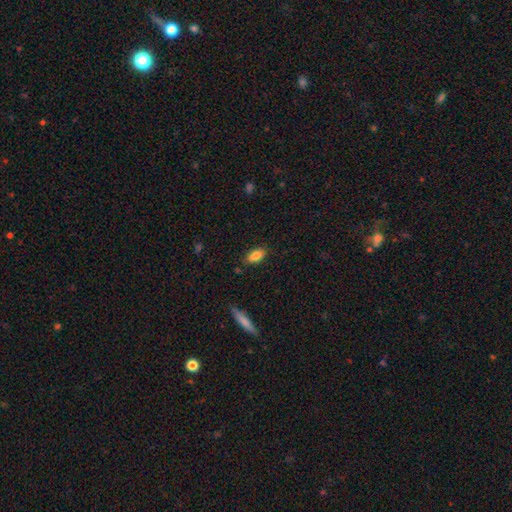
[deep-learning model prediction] Smooth or featured? smooth (85%)
How rounded? in between (86%)
Merging? none (84%)